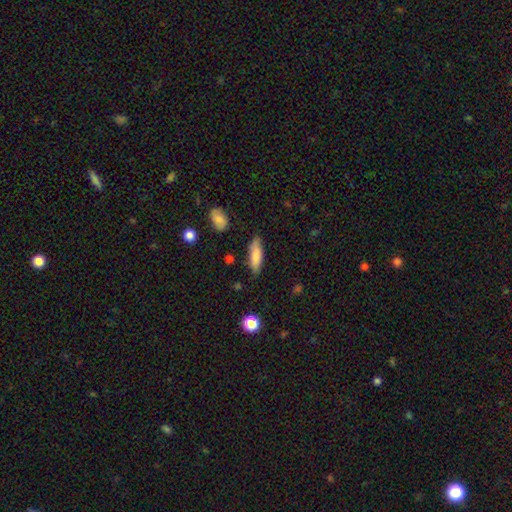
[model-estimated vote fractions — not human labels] Smooth or featured? Predicted: smooth (p=0.82). How rounded? Predicted: cigar-shaped (p=0.49, tied with in between). Merging? Predicted: none (p=0.80).